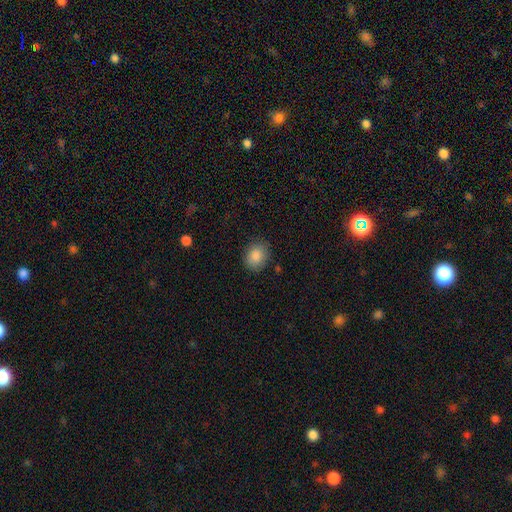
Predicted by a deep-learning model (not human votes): This appears to be a smooth galaxy with no disk features (87%) that is round (55%). Merging: none (83%).